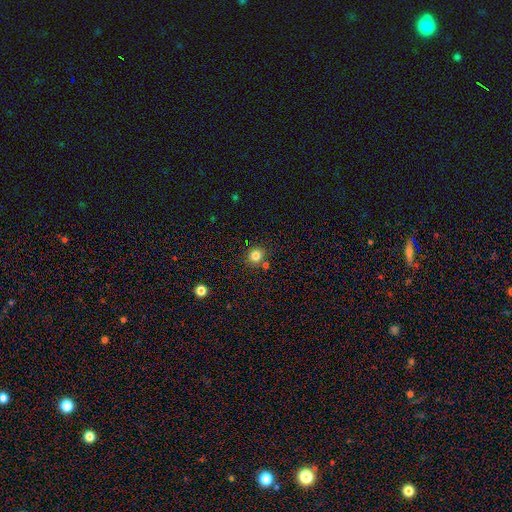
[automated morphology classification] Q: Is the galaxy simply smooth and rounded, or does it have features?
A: smooth — 82%.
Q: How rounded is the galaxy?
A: round — 82%.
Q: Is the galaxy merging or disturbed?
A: none — 78%.